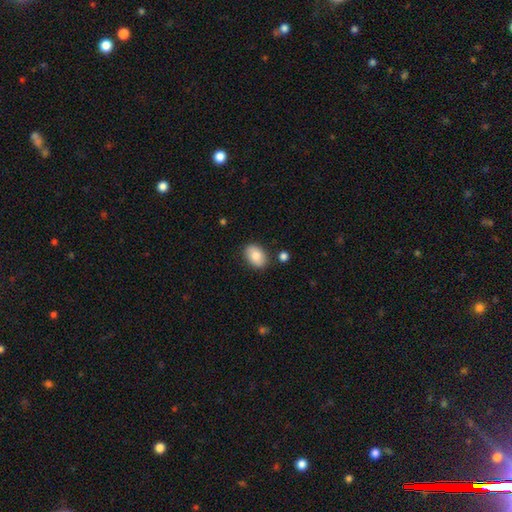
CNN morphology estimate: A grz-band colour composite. It shows a smooth galaxy with no disk features (81%) that is in between round and cigar-shaped (82%). Merging: none (83%).